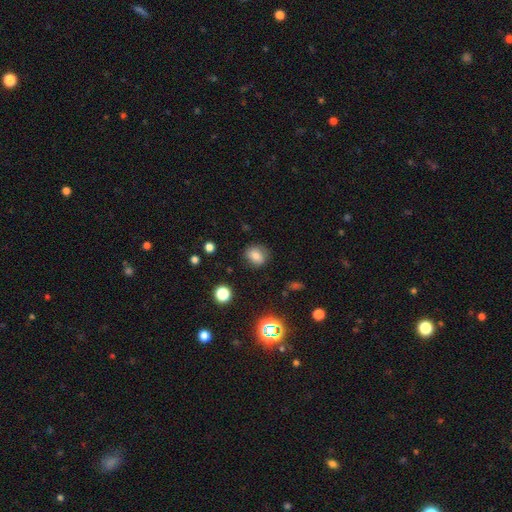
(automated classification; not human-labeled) Morphology: type=smooth (75%); roundness=round (60%); merging=none (81%).